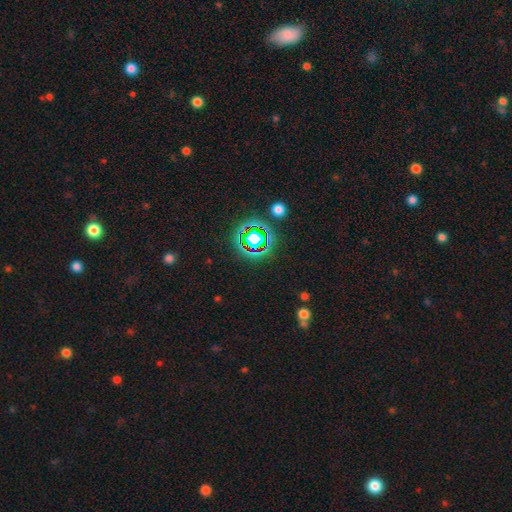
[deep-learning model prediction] This is likely a star or artifact rather than a galaxy (70%).